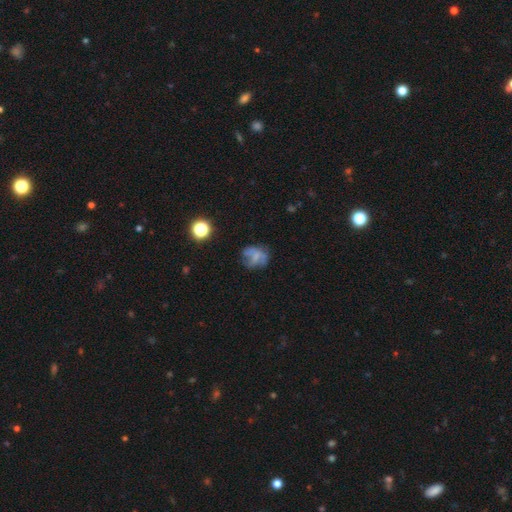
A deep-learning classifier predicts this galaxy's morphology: Smooth or featured? Predicted: featured or disk (p=0.43). Merging? Predicted: none (p=0.48).